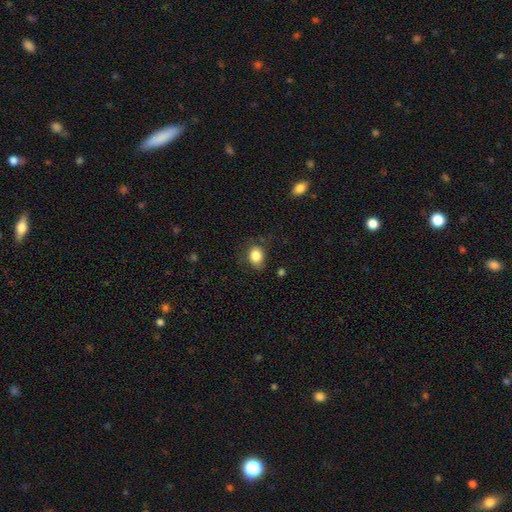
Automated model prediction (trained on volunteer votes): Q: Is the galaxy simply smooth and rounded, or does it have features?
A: smooth — 84%.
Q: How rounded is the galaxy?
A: round — 50%.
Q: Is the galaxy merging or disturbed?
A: none — 71%.